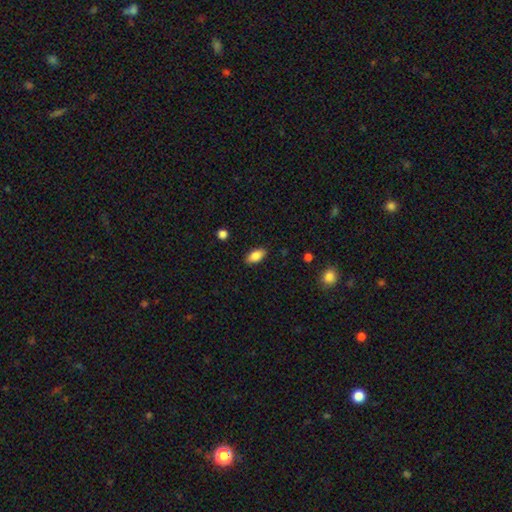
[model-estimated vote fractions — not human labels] Morphology: type=smooth (85%); roundness=in between (91%); merging=none (87%).